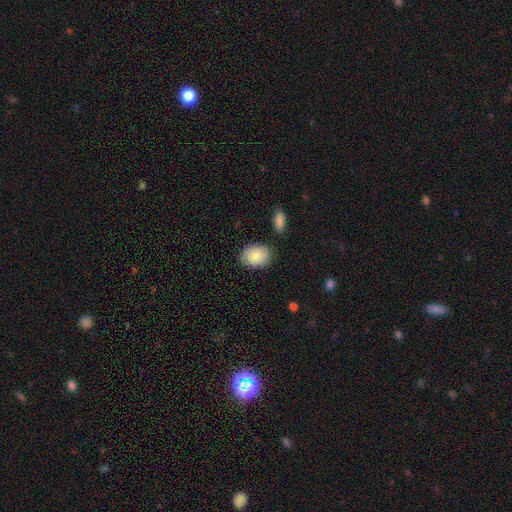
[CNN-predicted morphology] A smooth galaxy with no disk features (84%) that is in between round and cigar-shaped (68%).

Vote fractions:
- Smooth or featured? smooth: 84% / featured or disk: 9% / star or artifact: 7%
- How rounded? in between: 68% / round: 31% / cigar-shaped: 1%
- Merging? none: 79% / minor disturbance: 14% / merger: 4% / major disturbance: 3%